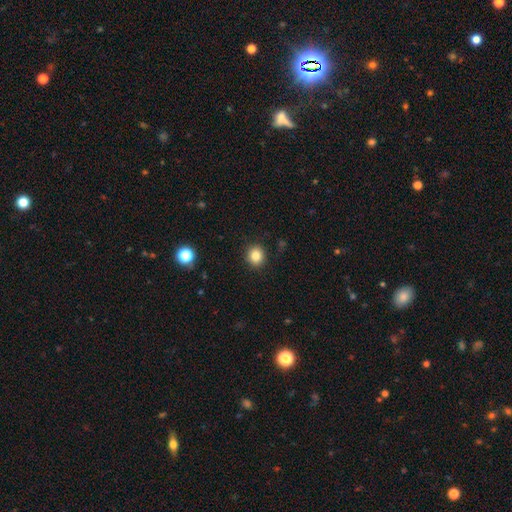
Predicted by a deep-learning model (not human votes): Morphology: type=smooth (84%); roundness=round (84%); merging=none (91%).